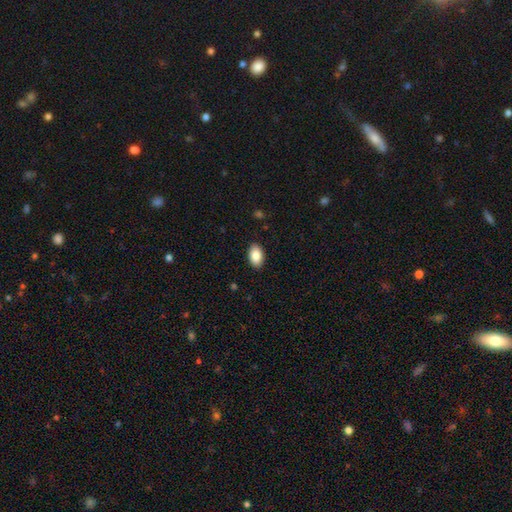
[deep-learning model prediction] Smooth or featured? smooth (87%)
How rounded? in between (92%)
Merging? none (89%)